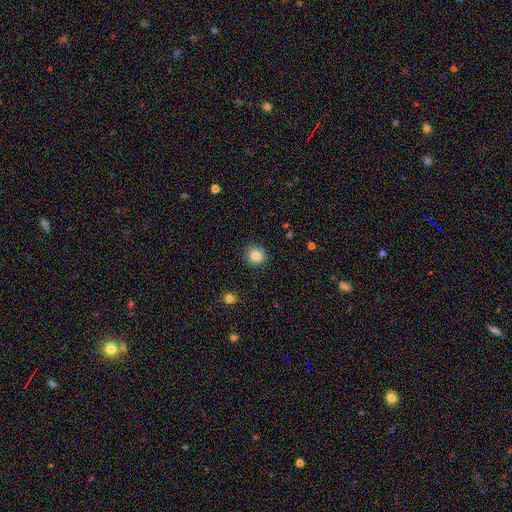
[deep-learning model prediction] Smooth or featured: smooth — 85% (star or artifact — 10%)
How rounded: round — 91% (in between — 8%)
Merging: none — 90% (minor disturbance — 7%)